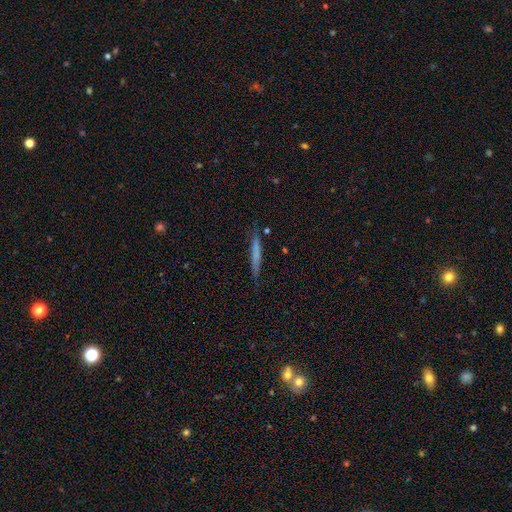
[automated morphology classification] This is possibly a smooth galaxy (57%). How rounded: clearly cigar-shaped (96%). Merging: clearly none (85%).